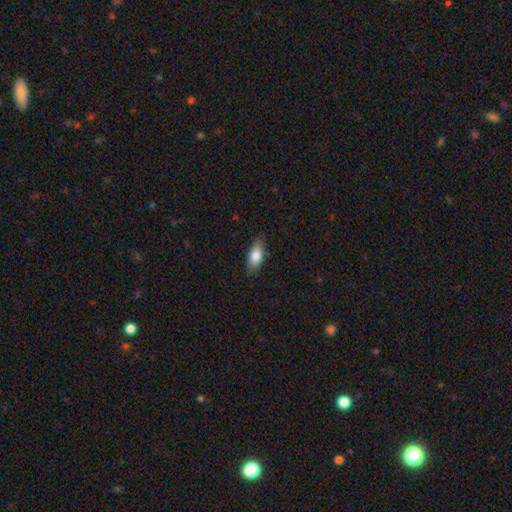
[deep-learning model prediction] This is likely a smooth galaxy (78%). How rounded: clearly in between (81%). Merging: clearly none (85%).